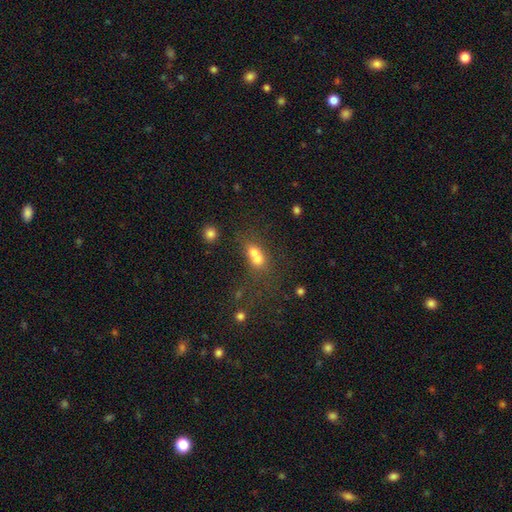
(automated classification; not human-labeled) Smooth or featured? Predicted: smooth (p=0.66). How rounded? Predicted: round (p=0.51). Merging? Predicted: merger (p=0.66).